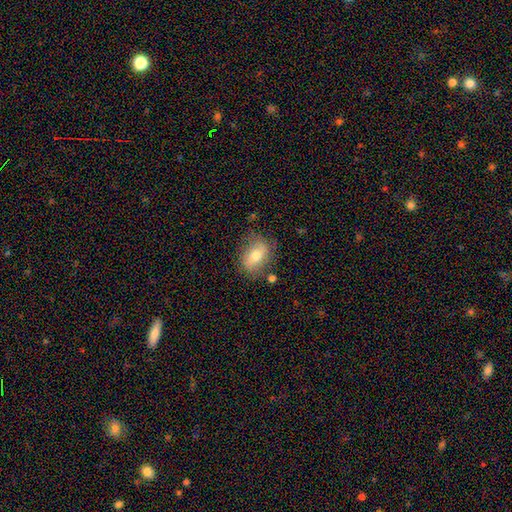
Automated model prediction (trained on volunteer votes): Smooth or featured? smooth (62%)
How rounded? in between (73%)
Merging? none (74%)